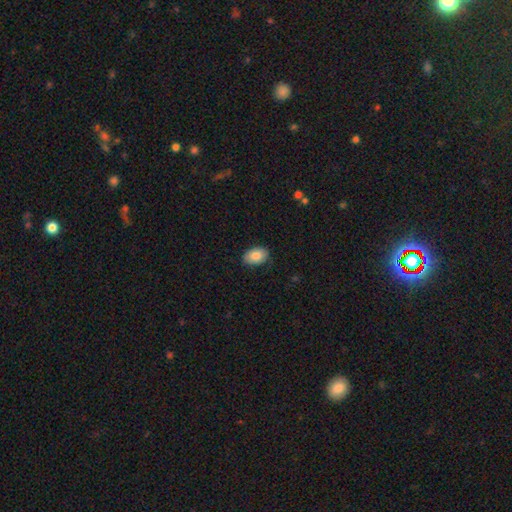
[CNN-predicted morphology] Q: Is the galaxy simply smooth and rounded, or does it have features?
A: smooth — 83%.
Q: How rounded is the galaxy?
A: in between — 89%.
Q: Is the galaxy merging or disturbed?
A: none — 85%.